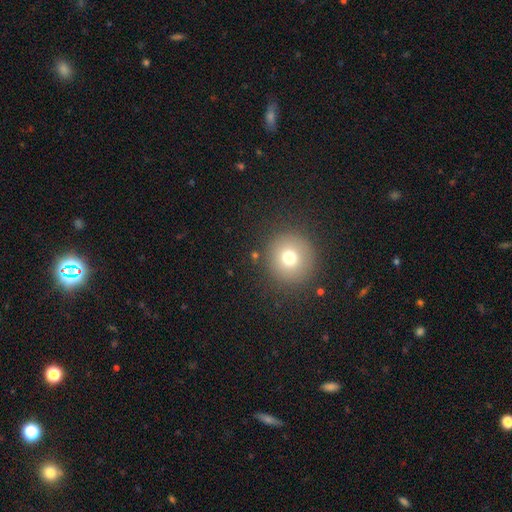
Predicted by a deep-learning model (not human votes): smooth 70%, star or artifact 18%, featured or disk 12%. Down the decision tree: how rounded — round (94%); merging — none (89%).